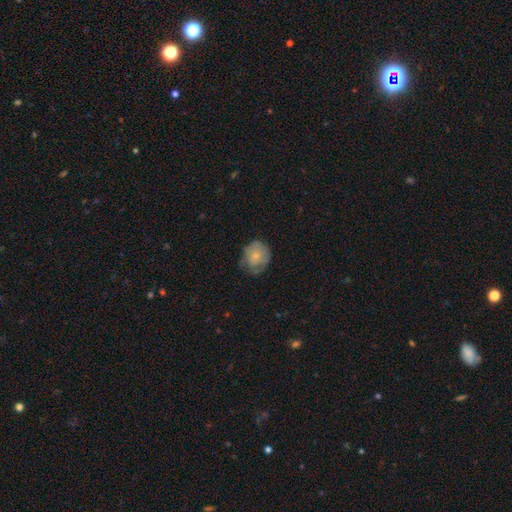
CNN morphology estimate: A smooth galaxy with no disk features (62%) that is round (70%). Merging: none (55%).